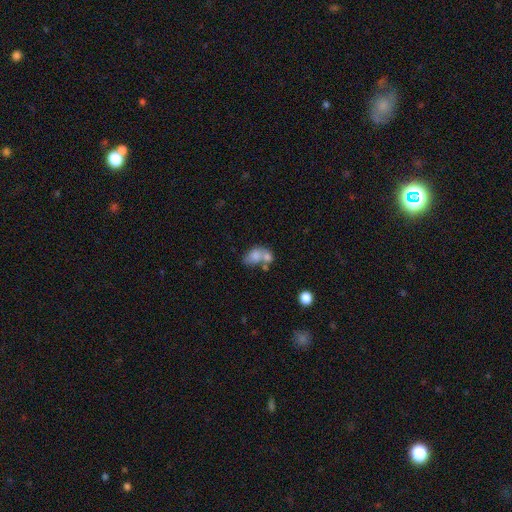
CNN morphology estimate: smooth 72%, featured or disk 18%, star or artifact 9%. Down the decision tree: how rounded — in between (79%); merging — merger (60%).